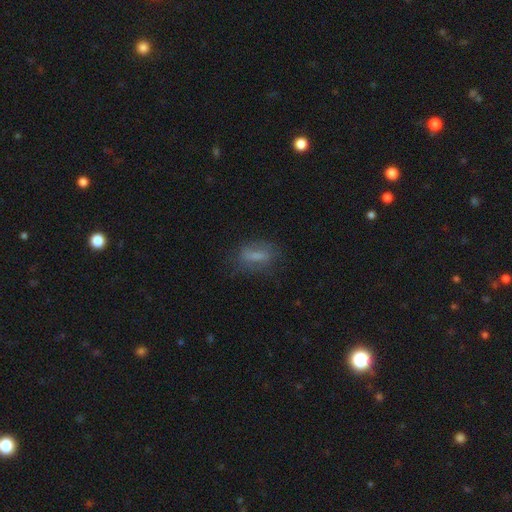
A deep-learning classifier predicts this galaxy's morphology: smooth_or_featured: smooth (p=0.59) [alt: featured or disk p=0.30]
how_rounded: in between (p=0.71) [alt: cigar-shaped p=0.19]
merging: none (p=0.64) [alt: minor disturbance p=0.22]